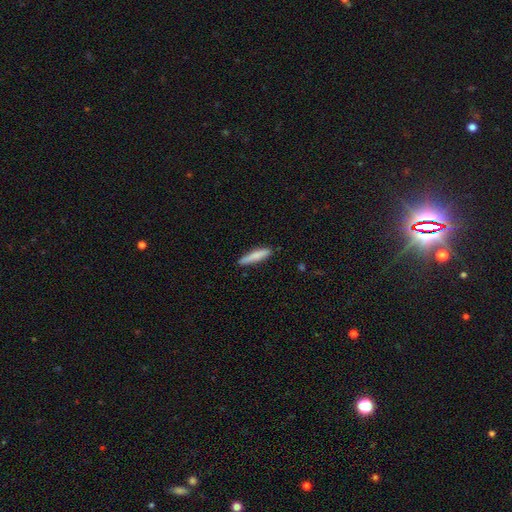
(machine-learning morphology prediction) Smooth or featured? smooth (79%)
How rounded? cigar-shaped (89%)
Merging? none (86%)